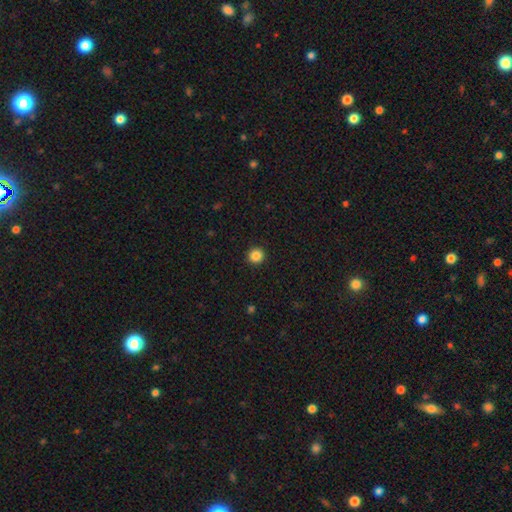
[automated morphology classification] type=smooth (86%); roundness=round (95%); merging=none (94%).